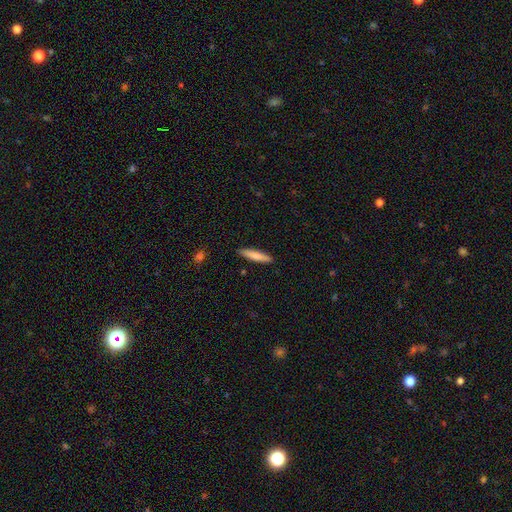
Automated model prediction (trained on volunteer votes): smooth-or-featured: smooth: 77% | featured or disk: 17% | star or artifact: 6%
  how-rounded: cigar-shaped: 89% | in between: 10% | round: 1%
  merging: none: 90% | minor disturbance: 7% | major disturbance: 2% | merger: 1%